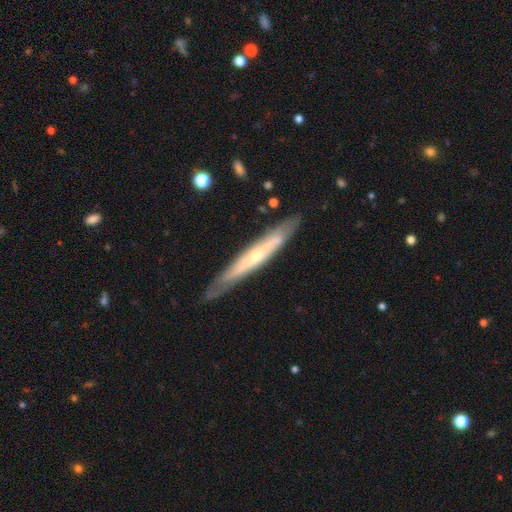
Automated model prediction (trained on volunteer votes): The model was most divided on "edge-on bulge": rounded: 53%, none: 43%, boxy: 5%. More confident: edge-on disk — yes (83%); merging — none (81%); smooth or featured — featured or disk (65%).